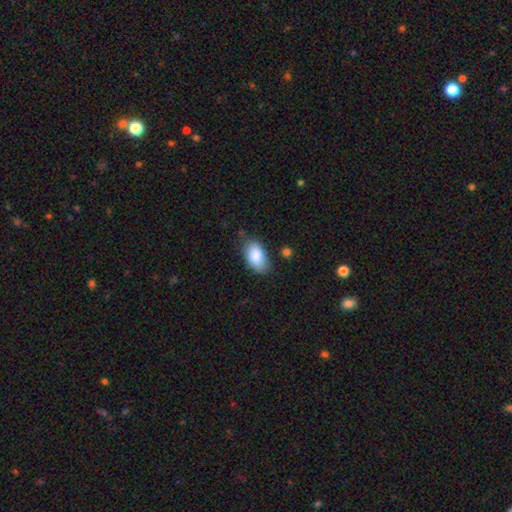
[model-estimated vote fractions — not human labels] This appears to be a smooth galaxy with no disk features (87%) that is in between round and cigar-shaped (93%). Merging: none (75%).